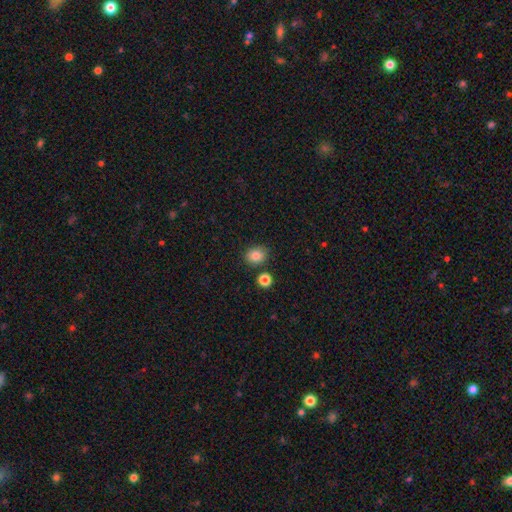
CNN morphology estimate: Smooth or featured? smooth (85%)
How rounded? round (60%)
Merging? none (82%)